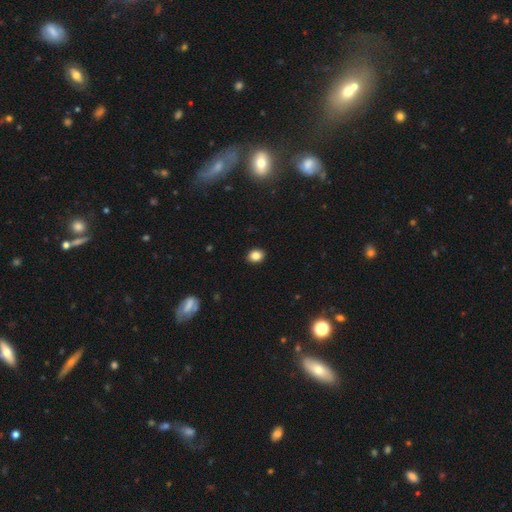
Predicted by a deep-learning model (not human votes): The model was most divided on "how rounded": in between: 50%, round: 49%, cigar-shaped: 1%. More confident: merging — none (91%); smooth or featured — smooth (85%).